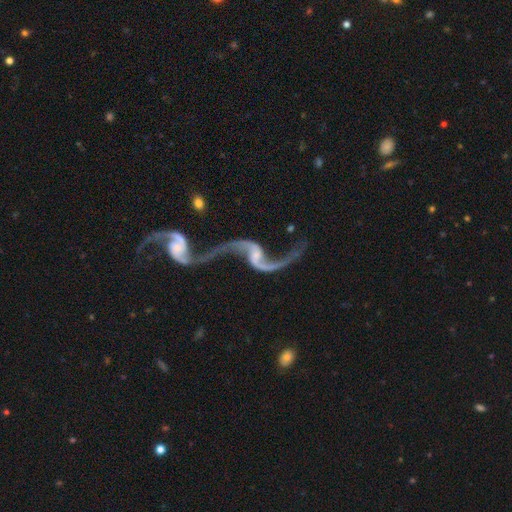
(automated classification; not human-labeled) Smooth or featured?
  - featured or disk: 92% *
  - star or artifact: 4%
  - smooth: 4%
Edge-on disk?
  - no: 96% *
  - yes: 4%
Bar?
  - weak: 43% *
  - no: 40%
  - strong: 17%
Spiral arms?
  - yes: 96% *
  - no: 4%
Spiral winding?
  - loose: 92% *
  - medium: 6%
  - tight: 2%
Spiral arm count?
  - 2: 94% *
  - 1: 2%
  - can't tell: 1%
  - 3: 1%
  - 4: 1%
  - more than 4: 1%
Bulge size?
  - small: 46% *
  - none: 27%
  - moderate: 21%
  - large: 4%
  - dominant: 2%
Merging?
  - merger: 47% *
  - none: 29%
  - major disturbance: 12%
  - minor disturbance: 11%